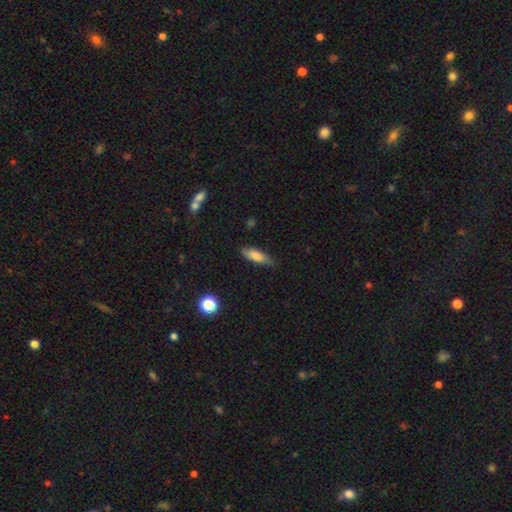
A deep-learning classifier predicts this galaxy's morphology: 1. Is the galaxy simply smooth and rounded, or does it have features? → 76% smooth, 17% featured or disk, 7% star or artifact.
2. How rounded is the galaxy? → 56% in between, 41% cigar-shaped, 2% round.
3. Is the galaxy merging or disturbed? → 73% none, 22% minor disturbance, 4% major disturbance, 2% merger.